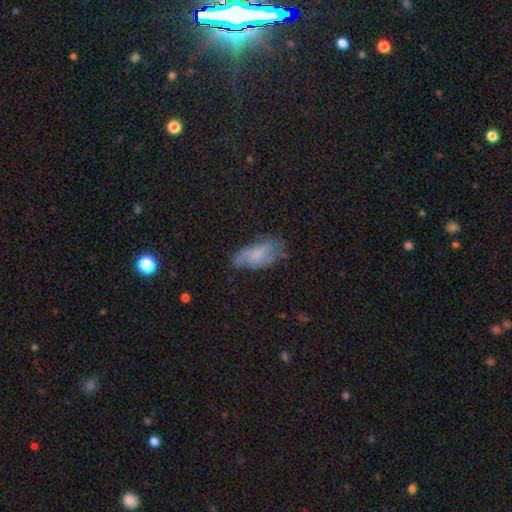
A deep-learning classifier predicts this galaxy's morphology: type=smooth (48%); merging=none (51%).